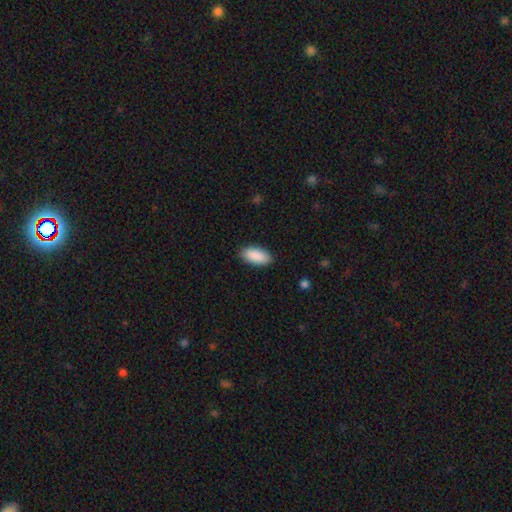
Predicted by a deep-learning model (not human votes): Smooth or featured: smooth — 91% (star or artifact — 6%)
How rounded: in between — 92% (cigar-shaped — 6%)
Merging: none — 88% (minor disturbance — 9%)